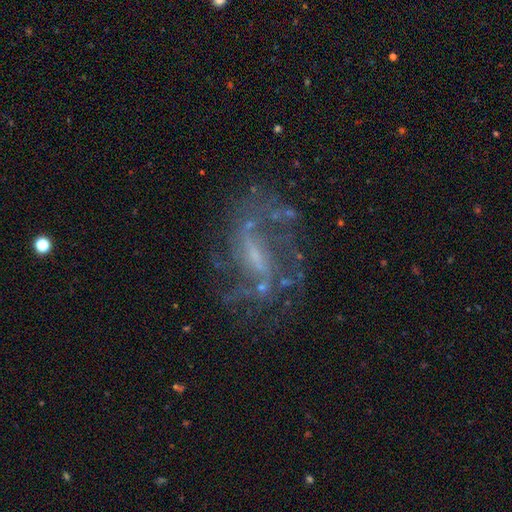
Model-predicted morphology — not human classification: Smooth or featured: featured or disk — 80% (star or artifact — 11%)
Edge-on disk: no — 96% (yes — 4%)
Bar: weak — 49% (strong — 27%)
Spiral arms: yes — 84% (no — 16%)
Spiral winding: loose — 42% (medium — 41%)
Spiral arm count: 2 — 50% (can't tell — 25%)
Bulge size: small — 52% (none — 25%)
Merging: none — 62% (major disturbance — 18%)